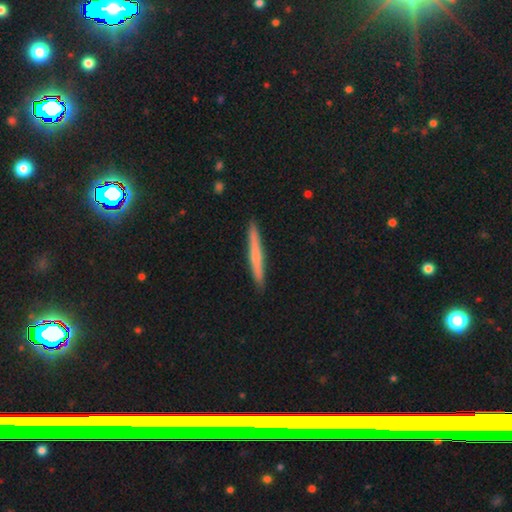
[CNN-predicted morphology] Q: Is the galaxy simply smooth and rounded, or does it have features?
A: smooth — 59%.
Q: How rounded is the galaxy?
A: cigar-shaped — 97%.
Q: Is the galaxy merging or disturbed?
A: none — 92%.